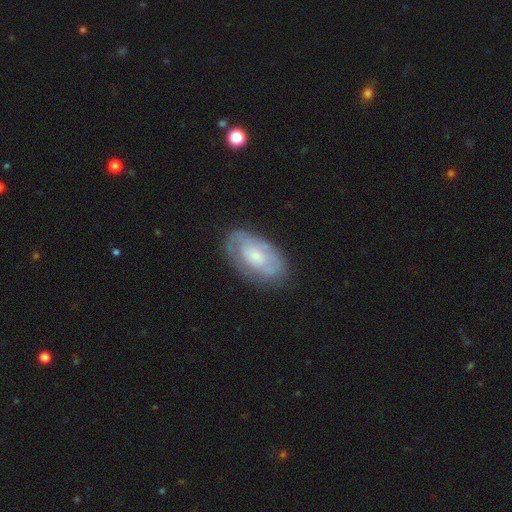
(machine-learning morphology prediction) Smooth or featured? featured or disk (60%)
Edge-on disk? no (93%)
Bar? no (73%)
Spiral arms? yes (65%)
Bulge size? small (56%)
Merging? none (72%)